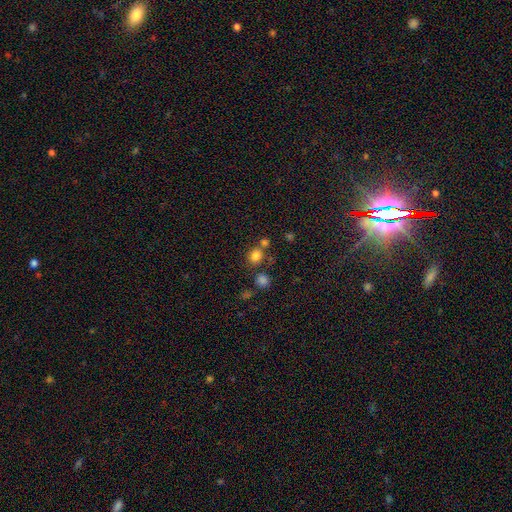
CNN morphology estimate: The model was most divided on "merging": none: 66%, merger: 21%, minor disturbance: 10%, major disturbance: 4%. More confident: smooth or featured — smooth (79%); how rounded — round (75%).